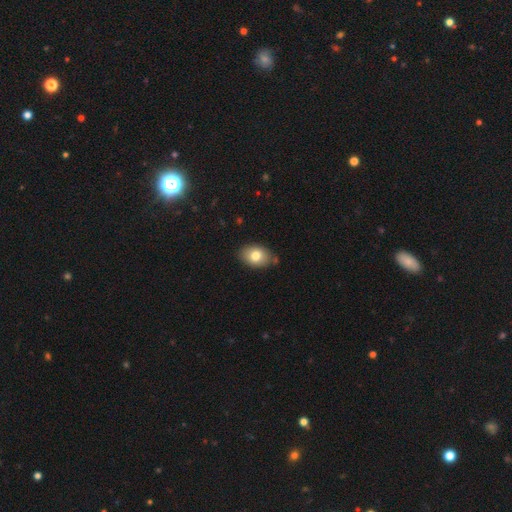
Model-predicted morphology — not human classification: This is likely a smooth galaxy (79%). How rounded: clearly in between (81%). Merging: likely none (79%).